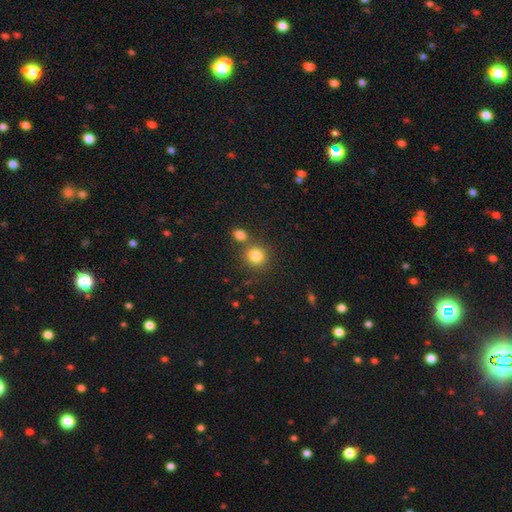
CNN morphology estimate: Smooth or featured?
  - smooth: 82% *
  - star or artifact: 11%
  - featured or disk: 6%
How rounded?
  - round: 84% *
  - in between: 15%
  - cigar-shaped: 1%
Merging?
  - none: 69% *
  - merger: 19%
  - minor disturbance: 9%
  - major disturbance: 3%